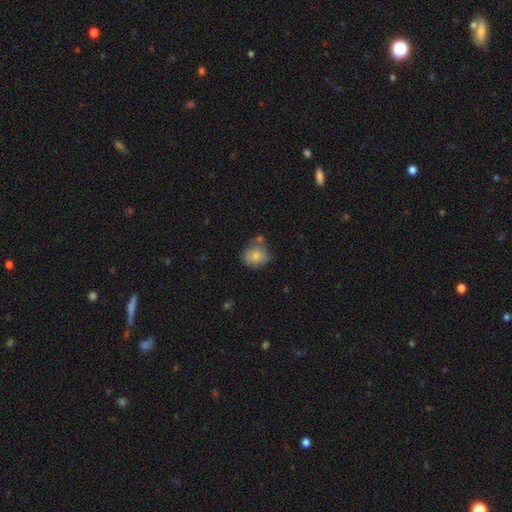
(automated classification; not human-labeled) Overall: smooth (80%). How rounded: round (74%). Merging: none (61%).